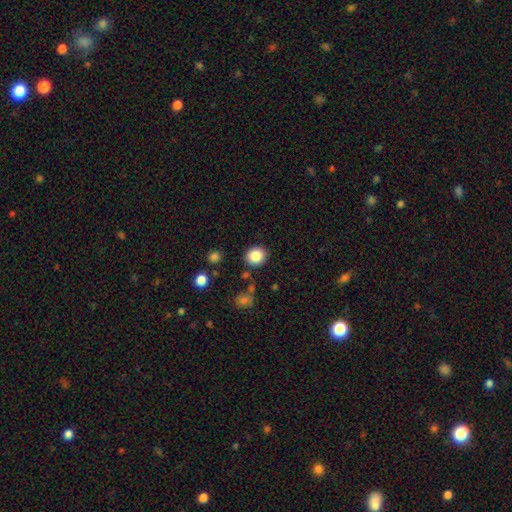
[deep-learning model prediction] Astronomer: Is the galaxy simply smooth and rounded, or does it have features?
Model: smooth — 86%.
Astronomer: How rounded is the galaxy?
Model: round — 81%.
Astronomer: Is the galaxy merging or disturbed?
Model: none — 87%.